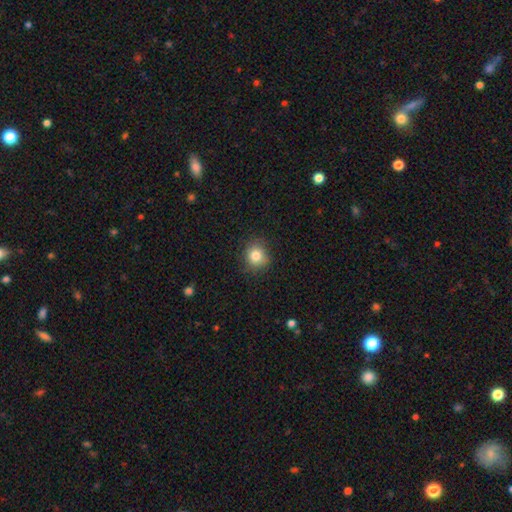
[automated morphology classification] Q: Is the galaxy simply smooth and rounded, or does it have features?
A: smooth — 82%.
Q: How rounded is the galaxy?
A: round — 85%.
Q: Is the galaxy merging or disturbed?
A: none — 83%.